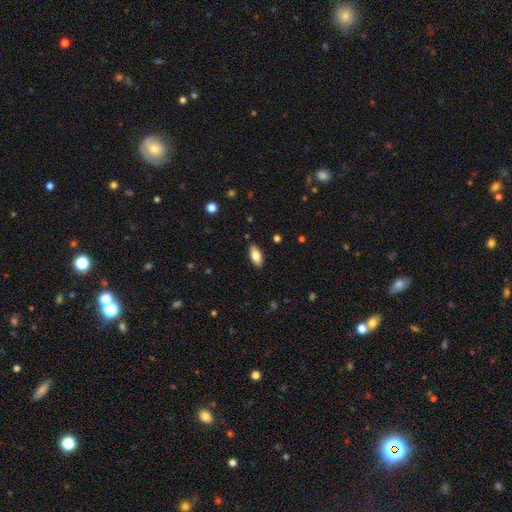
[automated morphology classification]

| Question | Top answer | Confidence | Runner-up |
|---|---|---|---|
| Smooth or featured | smooth | 79% | featured or disk (15%) |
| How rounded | in between | 88% | cigar-shaped (10%) |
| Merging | none | 89% | minor disturbance (9%) |